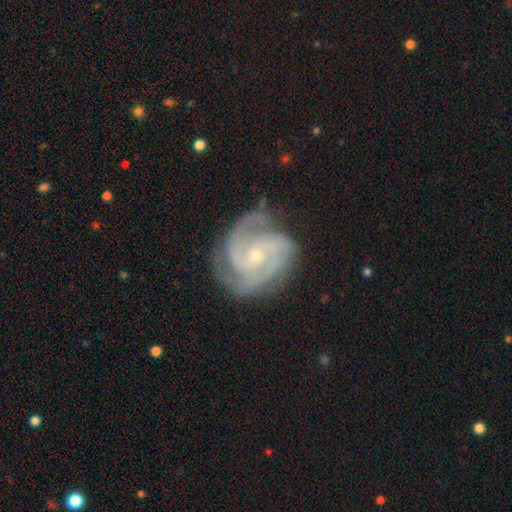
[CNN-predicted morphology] Smooth or featured: featured or disk — 91% (star or artifact — 5%)
Edge-on disk: no — 98% (yes — 2%)
Bar: no — 59% (weak — 32%)
Spiral arms: yes — 98% (no — 2%)
Spiral winding: tight — 55% (medium — 40%)
Spiral arm count: 3 — 41% (2 — 35%)
Bulge size: small — 74% (moderate — 23%)
Merging: none — 73% (minor disturbance — 19%)